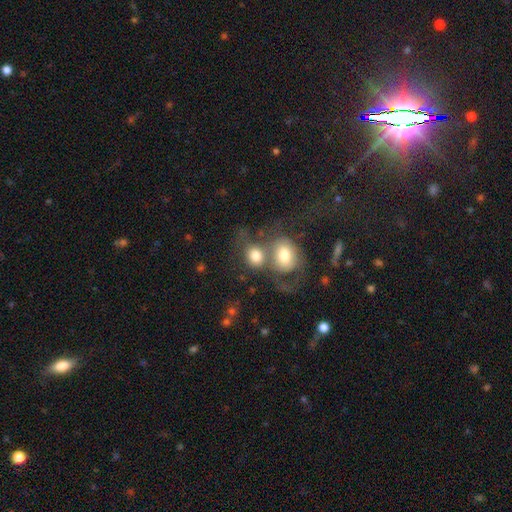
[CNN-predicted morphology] Smooth or featured?
  - smooth: 71% *
  - featured or disk: 21%
  - star or artifact: 8%
How rounded?
  - round: 59% *
  - in between: 40%
  - cigar-shaped: 1%
Merging?
  - merger: 65% *
  - none: 18%
  - major disturbance: 10%
  - minor disturbance: 7%